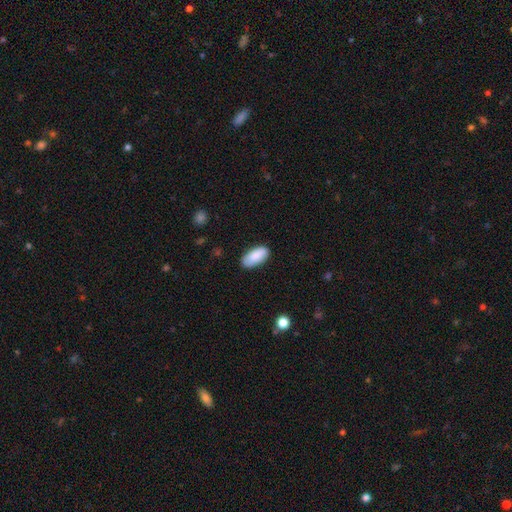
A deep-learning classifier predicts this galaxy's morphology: A smooth galaxy with no disk features (88%) that is in between round and cigar-shaped (93%).

Vote fractions:
- Smooth or featured? smooth: 88% / featured or disk: 7% / star or artifact: 6%
- How rounded? in between: 93% / cigar-shaped: 5% / round: 2%
- Merging? none: 84% / minor disturbance: 13% / major disturbance: 2% / merger: 1%